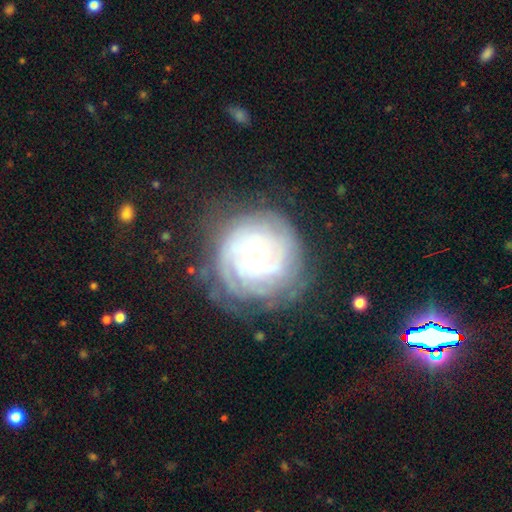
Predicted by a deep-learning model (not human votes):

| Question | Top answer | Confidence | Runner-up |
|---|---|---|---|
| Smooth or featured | featured or disk | 77% | smooth (16%) |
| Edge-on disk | no | 97% | yes (3%) |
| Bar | no | 81% | weak (15%) |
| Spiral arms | yes | 88% | no (12%) |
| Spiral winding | tight | 78% | medium (17%) |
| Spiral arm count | can't tell | 44% | 2 (17%) |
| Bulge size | small | 67% | moderate (28%) |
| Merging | none | 71% | minor disturbance (18%) |